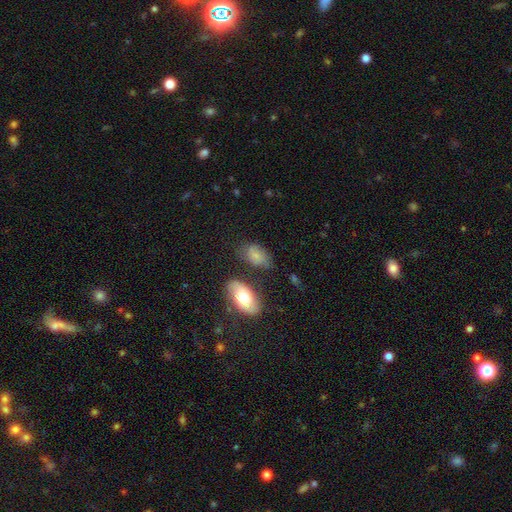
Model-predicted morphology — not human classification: Smooth or featured?
  - smooth: 67% *
  - featured or disk: 22%
  - star or artifact: 11%
How rounded?
  - in between: 89% *
  - round: 10%
  - cigar-shaped: 2%
Merging?
  - none: 58% *
  - minor disturbance: 25%
  - major disturbance: 9%
  - merger: 8%